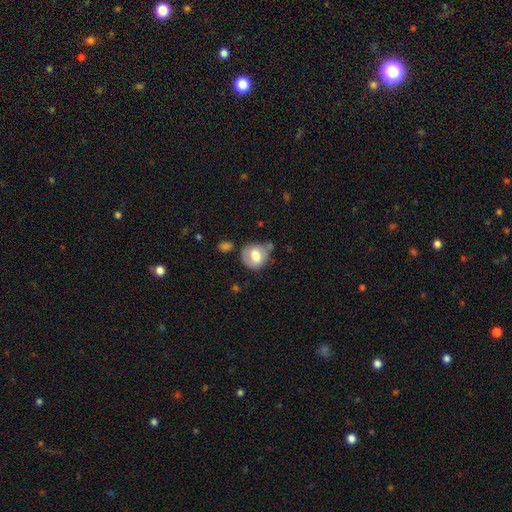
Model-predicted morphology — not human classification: Q: Smooth or featured?
A: smooth (64%); runner-up: featured or disk (28%)
Q: How rounded?
A: round (69%); runner-up: in between (30%)
Q: Merging?
A: none (51%); runner-up: minor disturbance (28%)